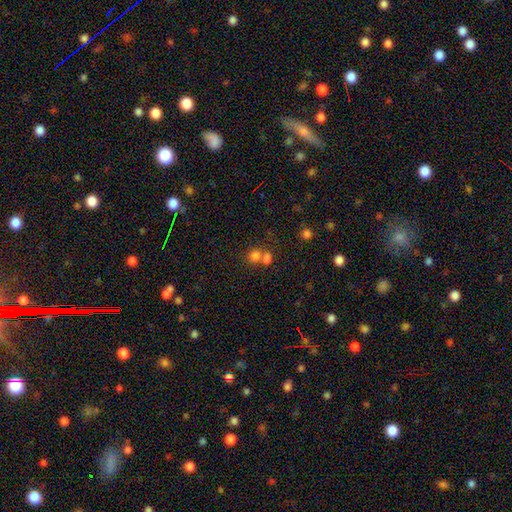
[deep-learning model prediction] smooth 74%, star or artifact 16%, featured or disk 10%. Down the decision tree: how rounded — round (75%); merging — merger (51%).